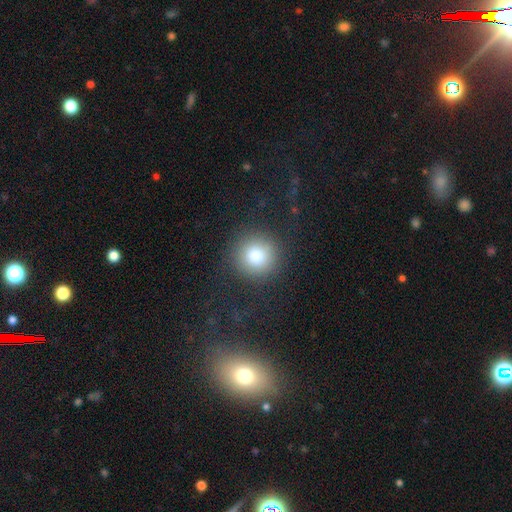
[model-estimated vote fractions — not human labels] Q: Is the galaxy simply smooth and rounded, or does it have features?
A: smooth — 81%.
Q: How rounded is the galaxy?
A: round — 93%.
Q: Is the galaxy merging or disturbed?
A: none — 85%.